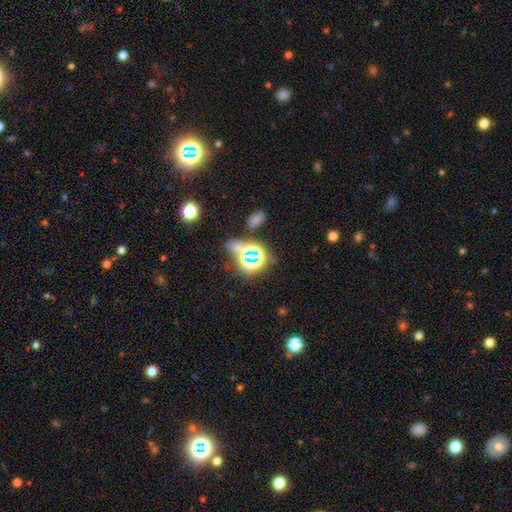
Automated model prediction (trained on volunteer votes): A star or artifact, not a galaxy (65%).

Vote fractions:
- Smooth or featured? star or artifact: 65% / smooth: 25% / featured or disk: 9%